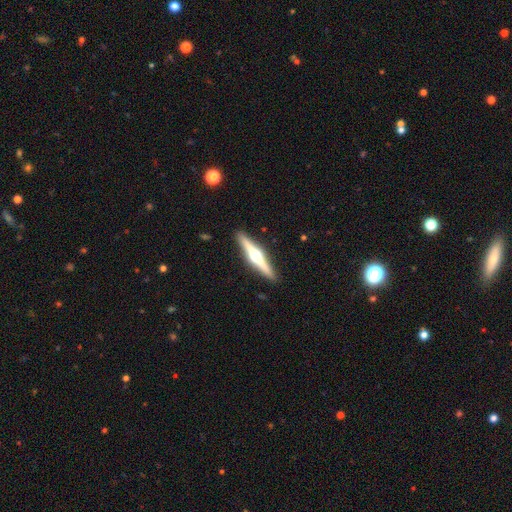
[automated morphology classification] smooth_or_featured: featured or disk (p=0.79) [alt: smooth p=0.17]
disk_edge_on: yes (p=0.98) [alt: no p=0.02]
edge_on_bulge: rounded (p=0.96) [alt: boxy p=0.02]
merging: none (p=0.92) [alt: minor disturbance p=0.06]